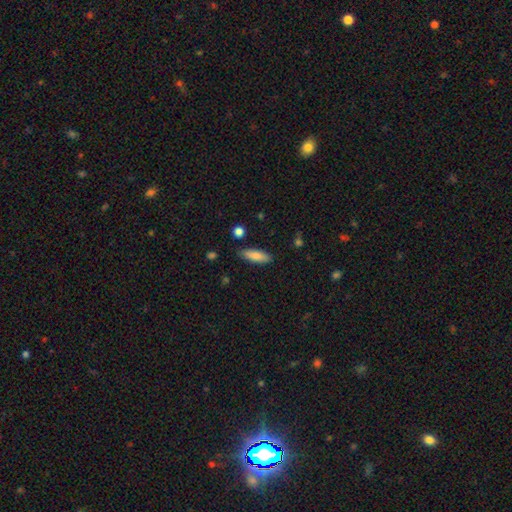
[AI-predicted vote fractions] Morphology: type=smooth (83%); roundness=cigar-shaped (49%, tied with in between); merging=none (86%).